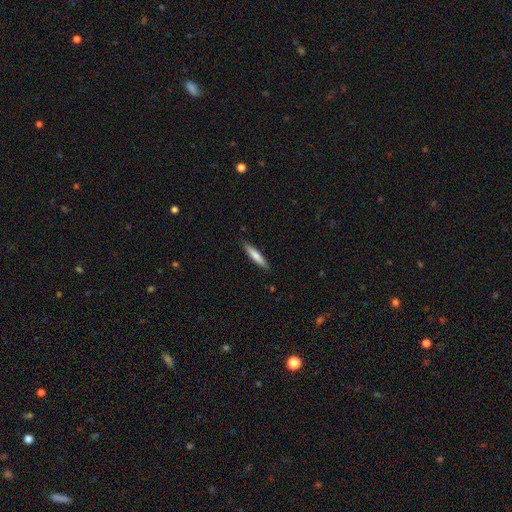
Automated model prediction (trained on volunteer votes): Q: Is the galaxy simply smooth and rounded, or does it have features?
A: smooth — 75%.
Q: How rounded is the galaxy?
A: cigar-shaped — 88%.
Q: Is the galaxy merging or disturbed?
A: none — 88%.